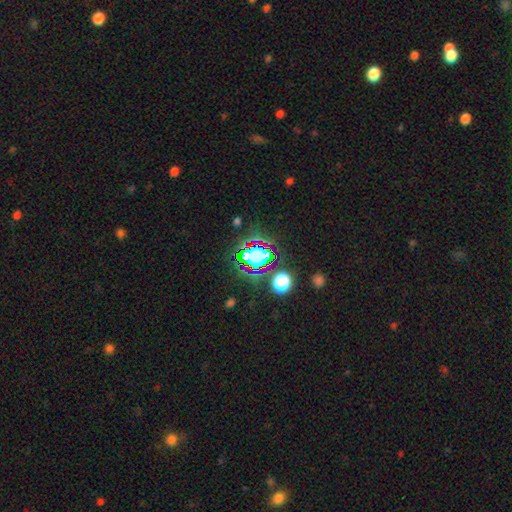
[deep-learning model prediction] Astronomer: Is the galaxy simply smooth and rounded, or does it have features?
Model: star or artifact — 60%.